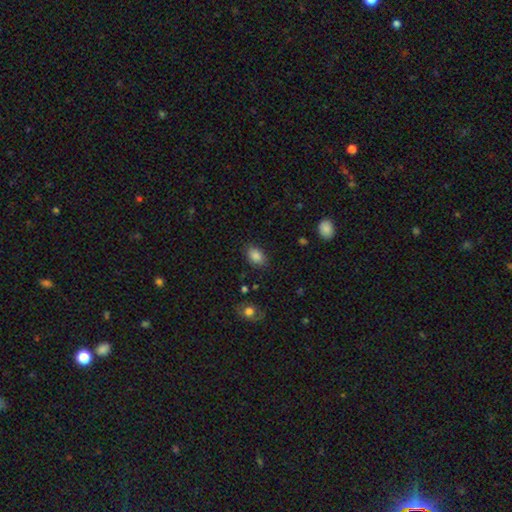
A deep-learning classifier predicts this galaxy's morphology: A smooth galaxy with no disk features (86%) that is in between round and cigar-shaped (85%). Merging: none (84%).